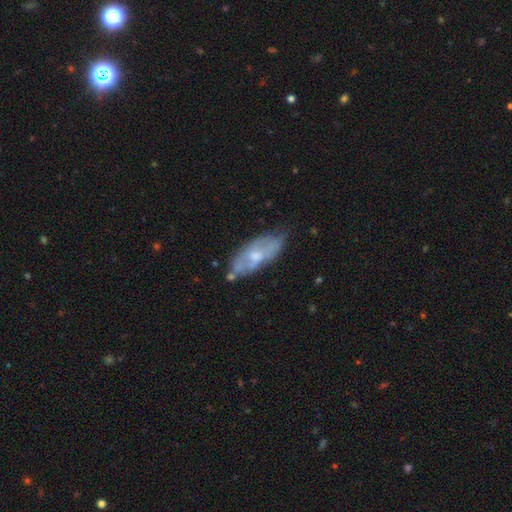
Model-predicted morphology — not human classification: smooth_or_featured: featured or disk (p=0.52) [alt: smooth p=0.41]
disk_edge_on: no (p=0.79) [alt: yes p=0.21]
merging: none (p=0.60) [alt: minor disturbance p=0.27]